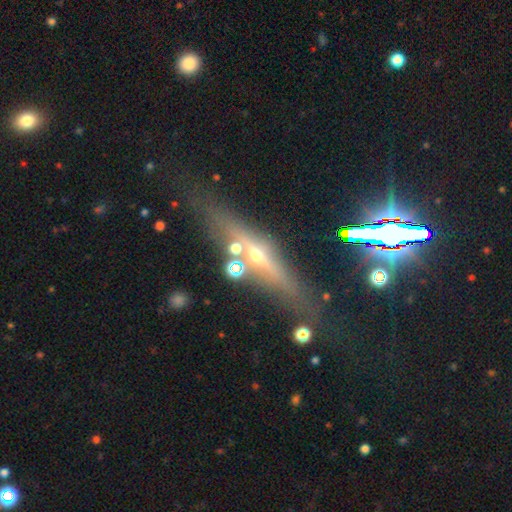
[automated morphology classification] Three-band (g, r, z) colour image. It shows a featured or disk galaxy (62%) viewed edge-on (88%) with a rounded central bulge (85%). Merging: none (72%).